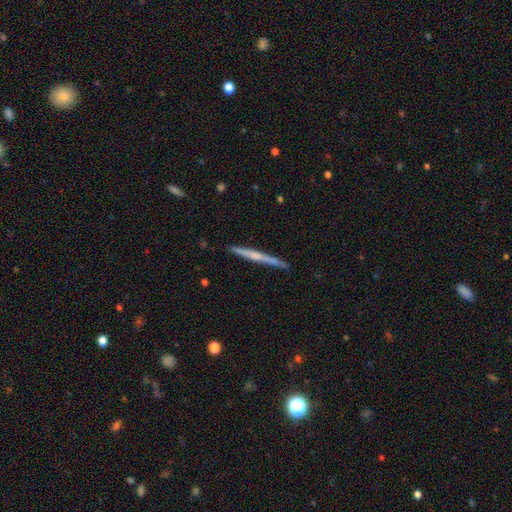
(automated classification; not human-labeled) Smooth or featured? featured or disk (55%)
Edge-on disk? yes (98%)
Edge-on bulge? none (64%)
Merging? none (89%)